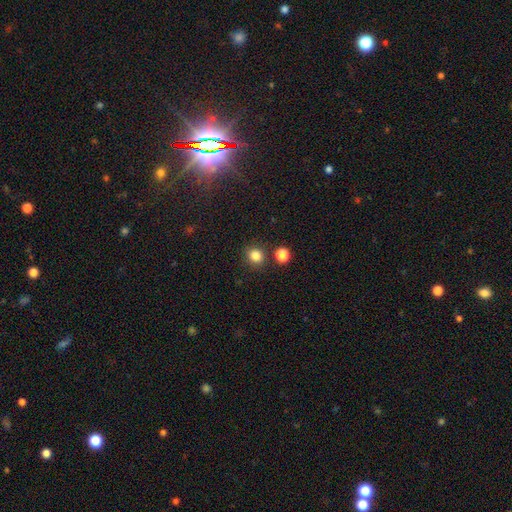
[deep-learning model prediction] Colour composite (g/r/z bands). It shows a smooth galaxy with no disk features (83%) that is round (82%). Merging: none (83%).